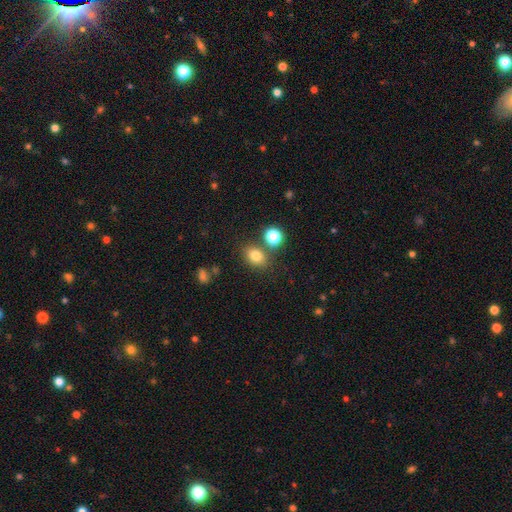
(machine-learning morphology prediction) smooth 79%, star or artifact 13%, featured or disk 8%. Down the decision tree: how rounded — in between (62%); merging — none (73%).